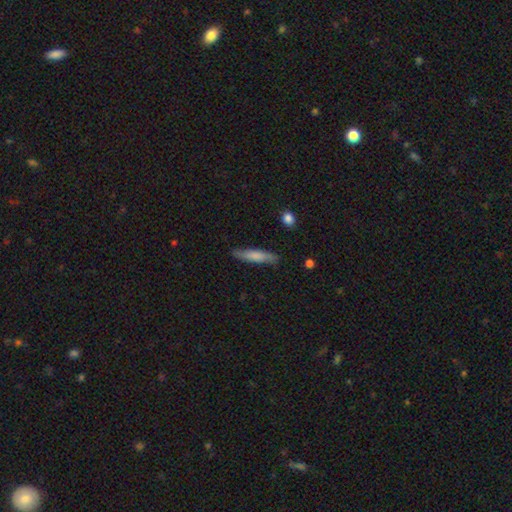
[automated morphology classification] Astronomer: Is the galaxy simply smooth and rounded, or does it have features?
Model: smooth — 70%.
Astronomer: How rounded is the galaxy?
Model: cigar-shaped — 85%.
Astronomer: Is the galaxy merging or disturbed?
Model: none — 82%.